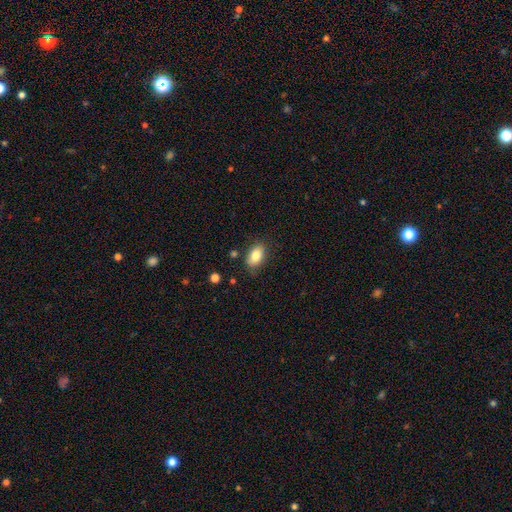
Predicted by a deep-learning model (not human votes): Smooth or featured? smooth (82%)
How rounded? in between (88%)
Merging? none (79%)